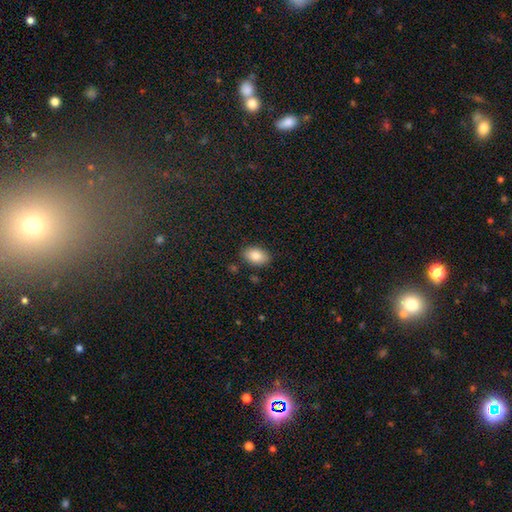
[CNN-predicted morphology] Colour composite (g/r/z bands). It shows a smooth galaxy with no disk features (86%) that is in between round and cigar-shaped (89%). Merging: none (83%).